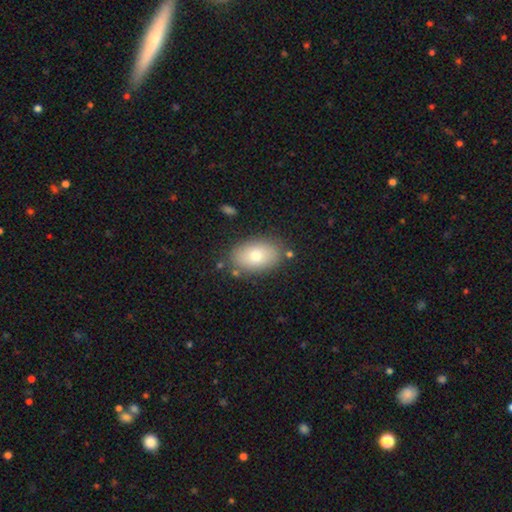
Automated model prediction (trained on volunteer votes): smooth_or_featured: smooth (p=0.75) [alt: featured or disk p=0.18]
how_rounded: in between (p=0.89) [alt: round p=0.10]
merging: none (p=0.81) [alt: minor disturbance p=0.12]